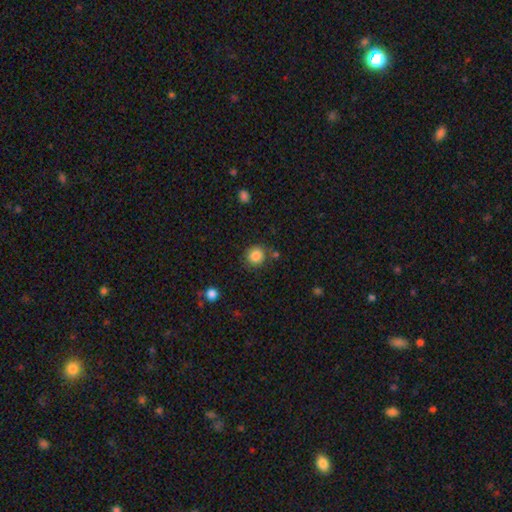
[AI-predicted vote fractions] Smooth or featured?
  - smooth: 86% *
  - star or artifact: 10%
  - featured or disk: 4%
How rounded?
  - round: 90% *
  - in between: 9%
  - cigar-shaped: 1%
Merging?
  - none: 82% *
  - minor disturbance: 10%
  - merger: 5%
  - major disturbance: 3%